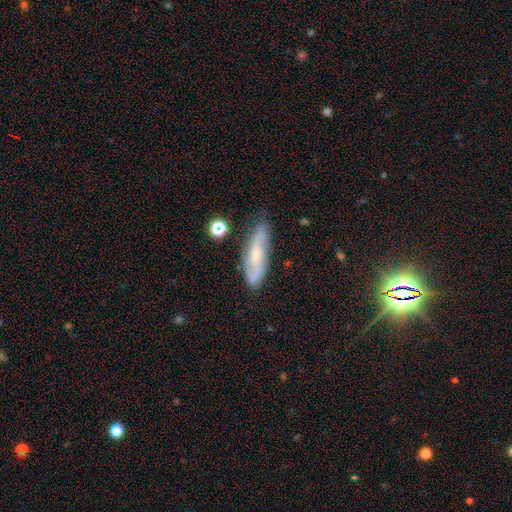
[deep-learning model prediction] This is possibly a featured or disk galaxy (57%). It is likely not viewed edge-on (77%). Merging: likely none (75%).